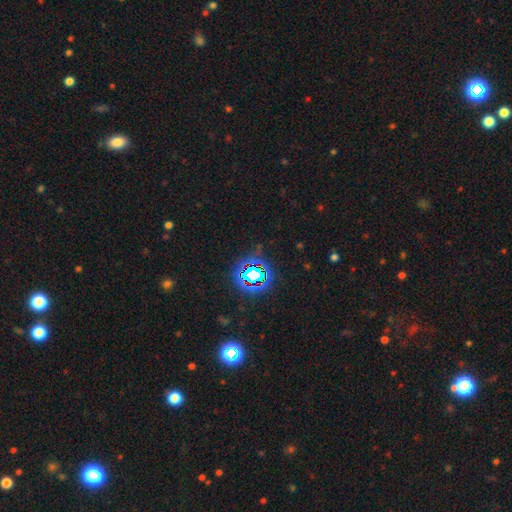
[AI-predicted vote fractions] smooth-or-featured: star or artifact: 80% | smooth: 12% | featured or disk: 8%